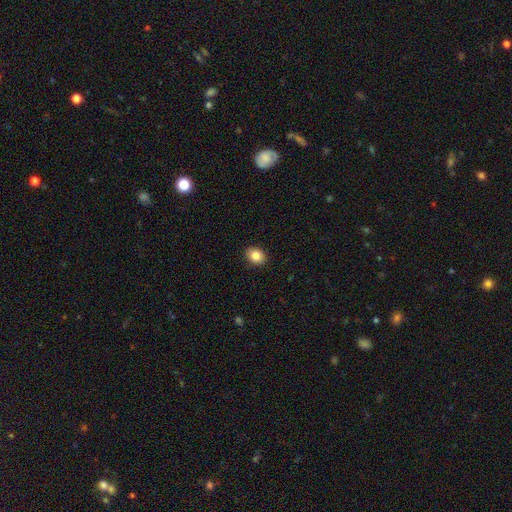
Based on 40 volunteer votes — smooth 92%, featured or disk 5%, star or artifact 2%. Down the decision tree: how rounded — round (49%, tied with in between); merging — none (85%).